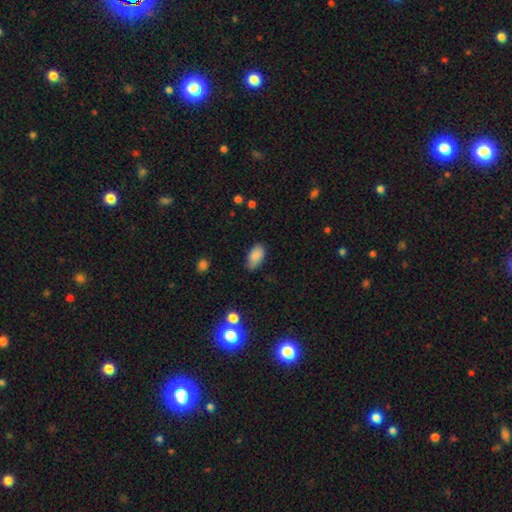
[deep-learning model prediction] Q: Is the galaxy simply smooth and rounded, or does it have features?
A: smooth — 85%.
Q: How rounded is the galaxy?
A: in between — 93%.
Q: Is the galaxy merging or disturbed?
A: none — 73%.